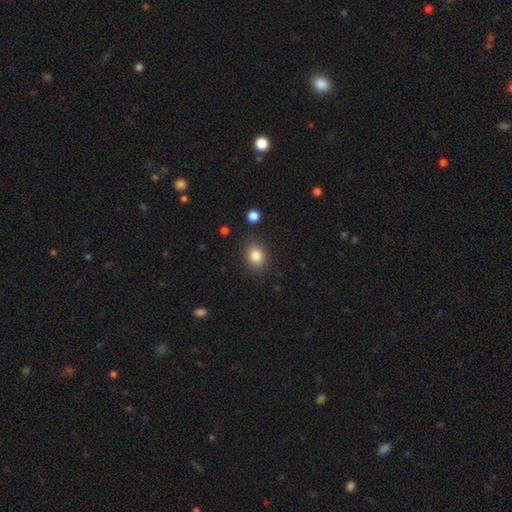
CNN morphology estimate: smooth_or_featured: smooth (p=0.84) [alt: star or artifact p=0.10]
how_rounded: round (p=0.52) [alt: in between p=0.47]
merging: none (p=0.85) [alt: minor disturbance p=0.10]